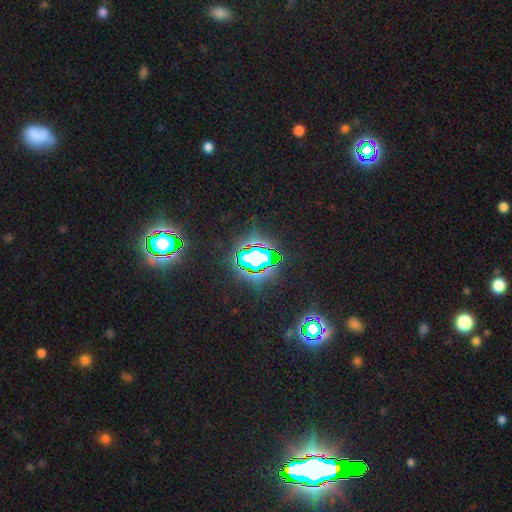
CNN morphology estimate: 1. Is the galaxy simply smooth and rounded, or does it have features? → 74% star or artifact, 14% smooth, 12% featured or disk.